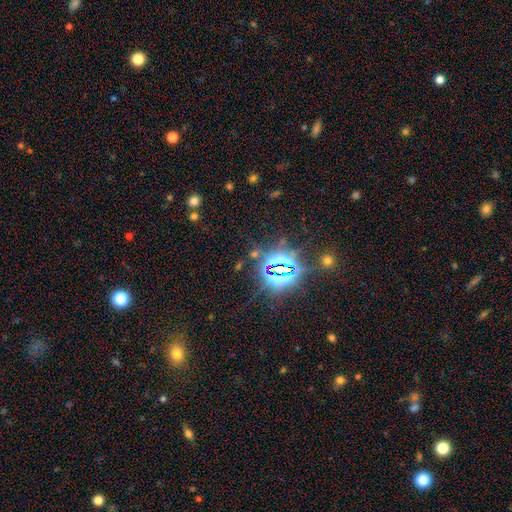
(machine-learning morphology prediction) A star or artifact, not a galaxy (81%).